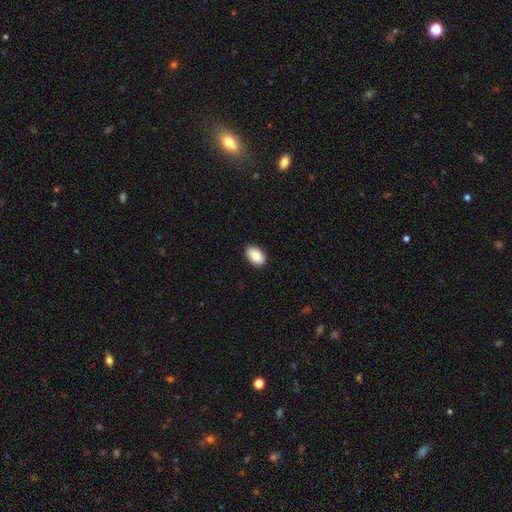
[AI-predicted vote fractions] smooth-or-featured: smooth: 88% | star or artifact: 7% | featured or disk: 6%
  how-rounded: in between: 92% | round: 7% | cigar-shaped: 1%
  merging: none: 89% | minor disturbance: 8% | major disturbance: 2% | merger: 1%